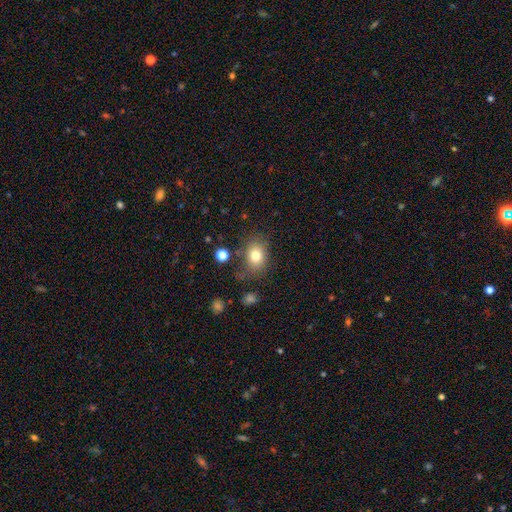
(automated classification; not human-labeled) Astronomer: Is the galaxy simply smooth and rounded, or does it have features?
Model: smooth — 78%.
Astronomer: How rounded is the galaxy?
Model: in between — 56% (runner-up: round, 43%).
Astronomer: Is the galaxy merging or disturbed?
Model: none — 70%.